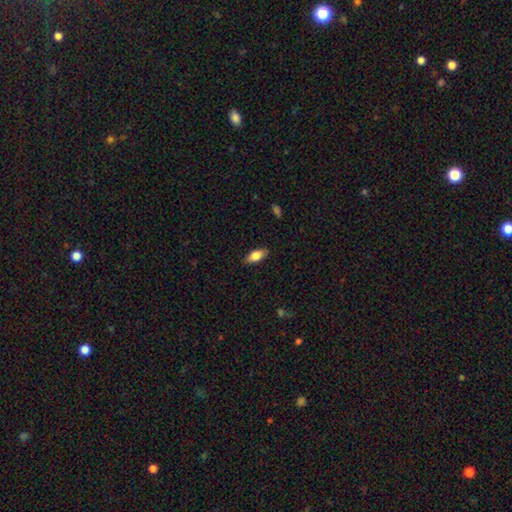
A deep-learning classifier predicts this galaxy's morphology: smooth 79%, featured or disk 14%, star or artifact 7%. Down the decision tree: how rounded — in between (85%); merging — none (86%).